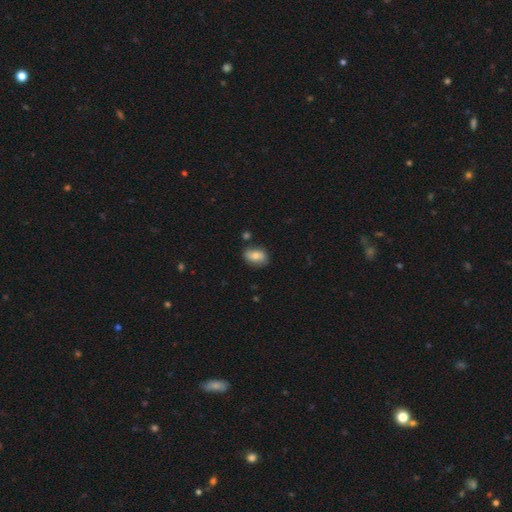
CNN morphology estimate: Overall: smooth (75%). How rounded: in between (86%). Merging: none (75%).